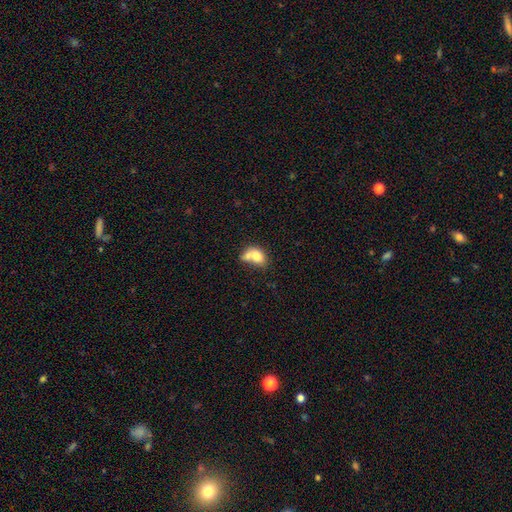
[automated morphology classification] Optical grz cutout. It shows a smooth galaxy with no disk features (73%) that is in between round and cigar-shaped (78%). Merging: merger (55%).